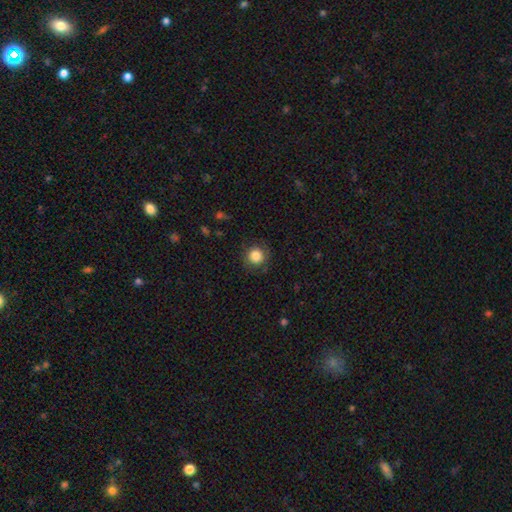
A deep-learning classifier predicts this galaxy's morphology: Smooth or featured? smooth (84%)
How rounded? round (93%)
Merging? none (85%)